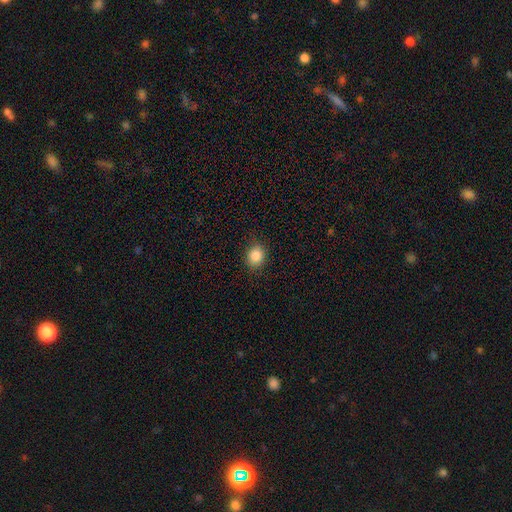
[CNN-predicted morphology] Smooth or featured: smooth — 85% (star or artifact — 10%)
How rounded: round — 68% (in between — 31%)
Merging: none — 86% (minor disturbance — 11%)